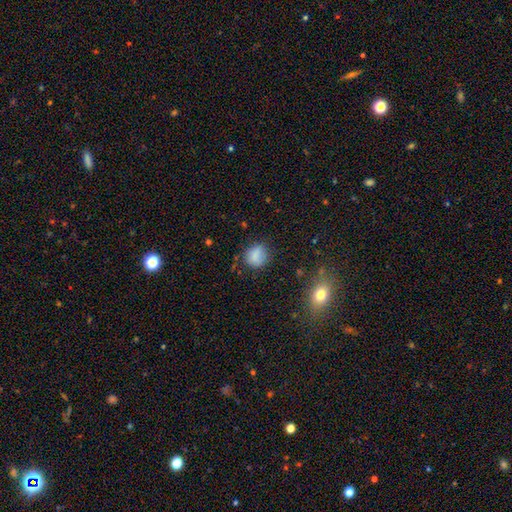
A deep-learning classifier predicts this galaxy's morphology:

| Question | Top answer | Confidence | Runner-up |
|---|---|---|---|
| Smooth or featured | smooth | 81% | star or artifact (11%) |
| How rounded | round | 68% | in between (31%) |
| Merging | none | 67% | minor disturbance (22%) |